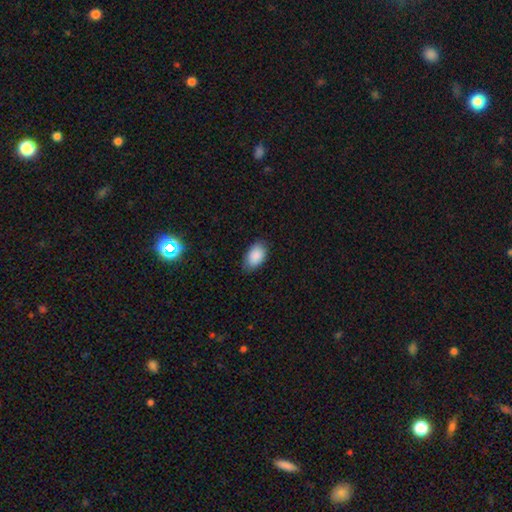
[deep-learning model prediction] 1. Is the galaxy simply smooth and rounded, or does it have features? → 89% smooth, 7% star or artifact, 4% featured or disk.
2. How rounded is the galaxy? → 94% in between, 5% round, 1% cigar-shaped.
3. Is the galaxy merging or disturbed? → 80% none, 16% minor disturbance, 3% major disturbance, 1% merger.